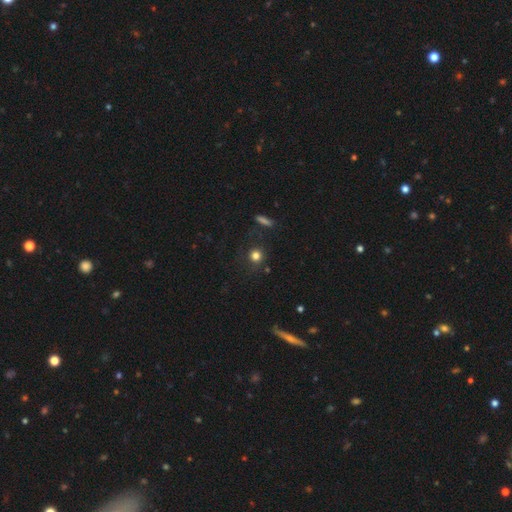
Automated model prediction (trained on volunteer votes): Smooth or featured? smooth (78%)
How rounded? round (90%)
Merging? none (82%)